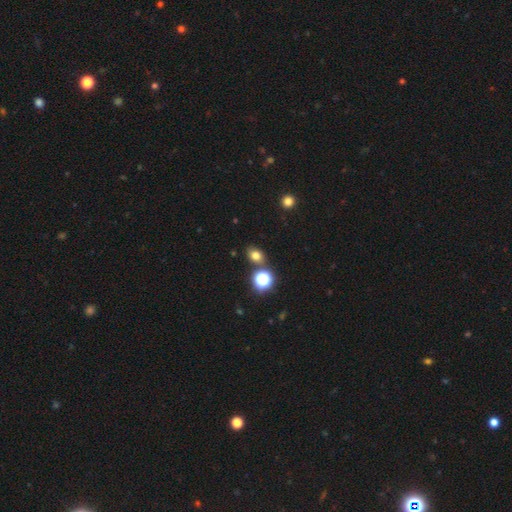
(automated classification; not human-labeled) Q: Smooth or featured?
A: smooth (73%); runner-up: star or artifact (20%)
Q: How rounded?
A: in between (55%); runner-up: round (44%)
Q: Merging?
A: none (78%); runner-up: minor disturbance (10%)